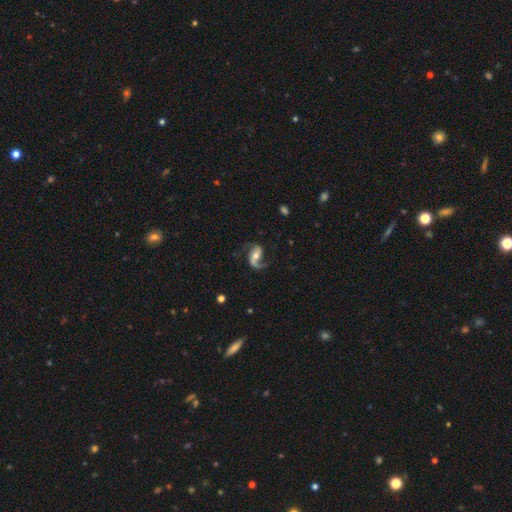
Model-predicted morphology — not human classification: The model was most divided on "bar": no: 42%, weak: 34%, strong: 24%. More confident: edge-on disk — no (97%); spiral arms — yes (95%); smooth or featured — featured or disk (84%); spiral arm count — 2 (74%); merging — none (62%); spiral winding — loose (59%); bulge size — moderate (56%).